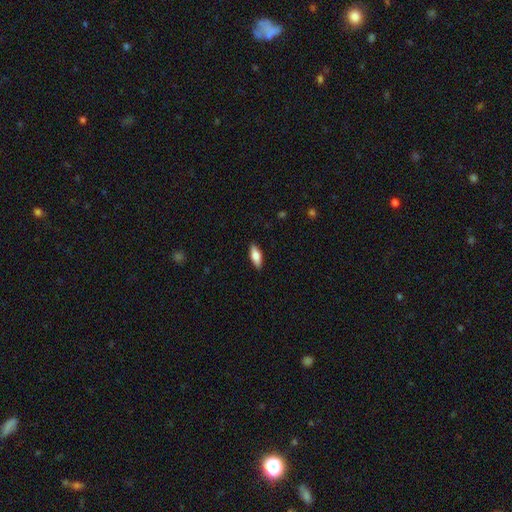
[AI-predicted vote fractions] A smooth galaxy with no disk features (72%) that is in between round and cigar-shaped (69%).

Vote fractions:
- Smooth or featured? smooth: 72% / featured or disk: 22% / star or artifact: 6%
- How rounded? in between: 69% / cigar-shaped: 29% / round: 2%
- Merging? none: 89% / minor disturbance: 9% / major disturbance: 2% / merger: 1%